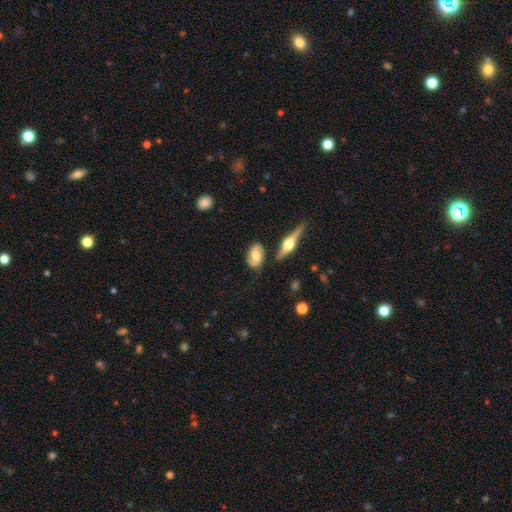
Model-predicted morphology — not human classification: type=featured or disk (50%); edge-on=no (77%); merging=none (74%).